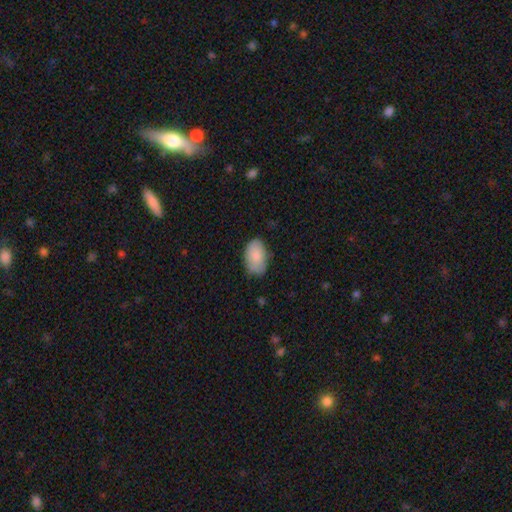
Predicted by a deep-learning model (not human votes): A smooth galaxy with no disk features (83%) that is in between round and cigar-shaped (93%). Merging: none (74%).